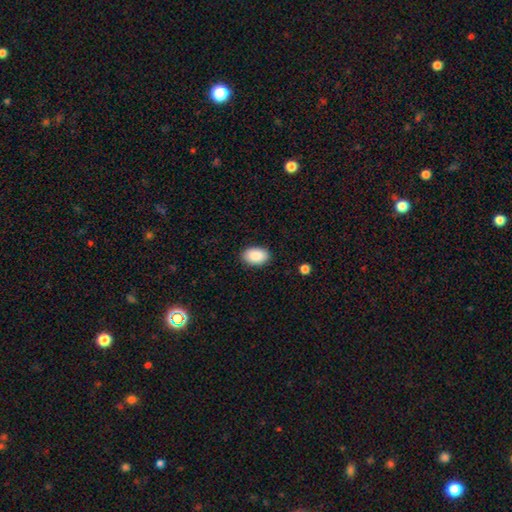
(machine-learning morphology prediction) The model was most divided on "merging": none: 89%, minor disturbance: 8%, major disturbance: 2%, merger: 1%. More confident: how rounded — in between (91%); smooth or featured — smooth (90%).